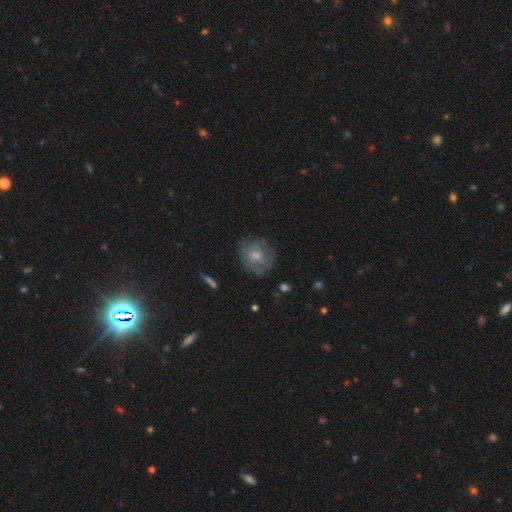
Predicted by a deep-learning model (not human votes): Smooth or featured?
  - smooth: 49% *
  - featured or disk: 42%
  - star or artifact: 9%
Merging?
  - none: 66% *
  - minor disturbance: 22%
  - major disturbance: 11%
  - merger: 2%